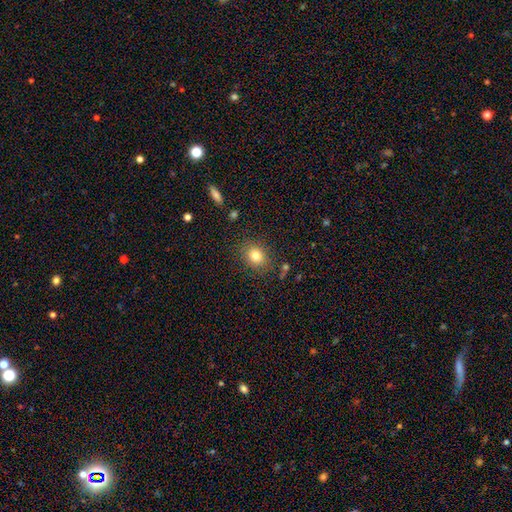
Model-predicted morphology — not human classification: Overall: smooth (80%). How rounded: round (61%; in between 38%). Merging: none (84%).